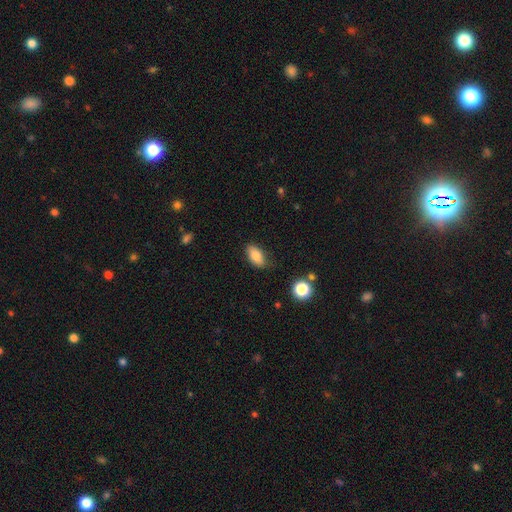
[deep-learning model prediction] smooth 83%, featured or disk 8%, star or artifact 8%. Down the decision tree: how rounded — in between (88%); merging — none (79%).